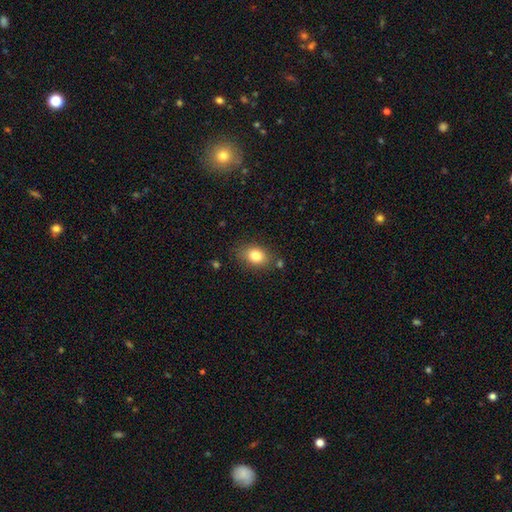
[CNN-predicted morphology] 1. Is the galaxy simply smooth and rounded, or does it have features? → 82% smooth, 9% star or artifact, 9% featured or disk.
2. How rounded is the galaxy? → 74% in between, 25% round, 1% cigar-shaped.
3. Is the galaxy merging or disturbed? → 79% none, 14% minor disturbance, 4% merger, 4% major disturbance.